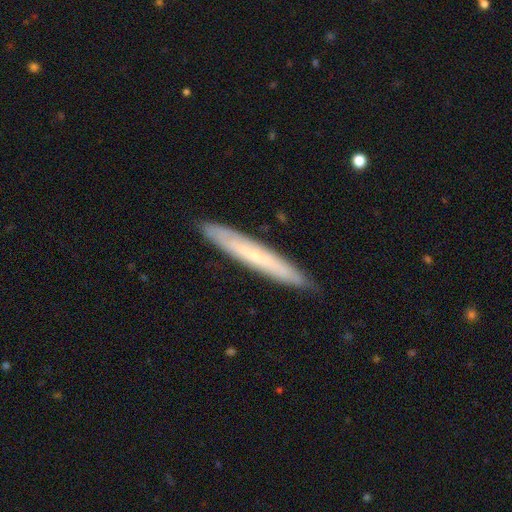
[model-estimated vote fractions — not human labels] smooth-or-featured: featured or disk: 49% | smooth: 45% | star or artifact: 6%
  merging: none: 89% | minor disturbance: 9% | major disturbance: 1% | merger: 1%